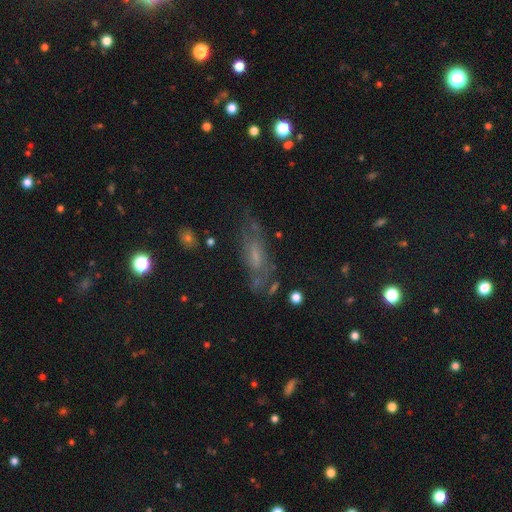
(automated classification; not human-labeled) Smooth or featured? featured or disk (53%)
Edge-on disk? no (75%)
Merging? none (60%)